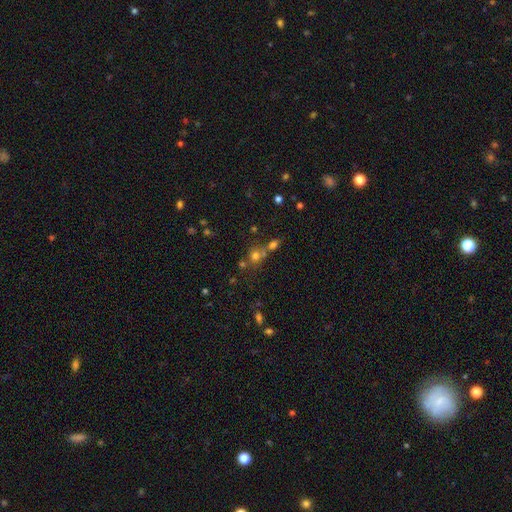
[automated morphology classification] smooth 66%, star or artifact 22%, featured or disk 12%. Down the decision tree: how rounded — round (81%); merging — none (50%).